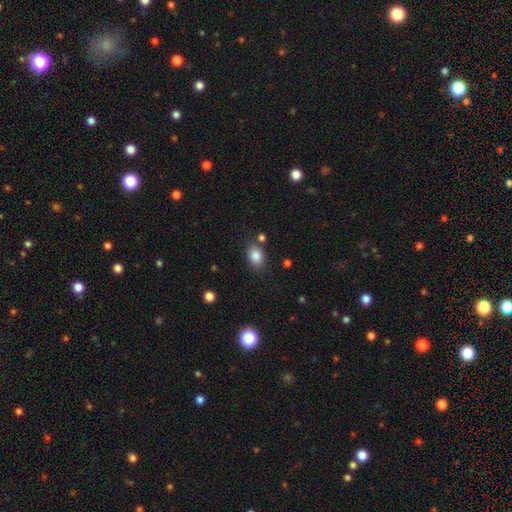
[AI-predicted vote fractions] This is clearly a smooth galaxy (85%). How rounded: likely in between (71%). Merging: likely none (76%).